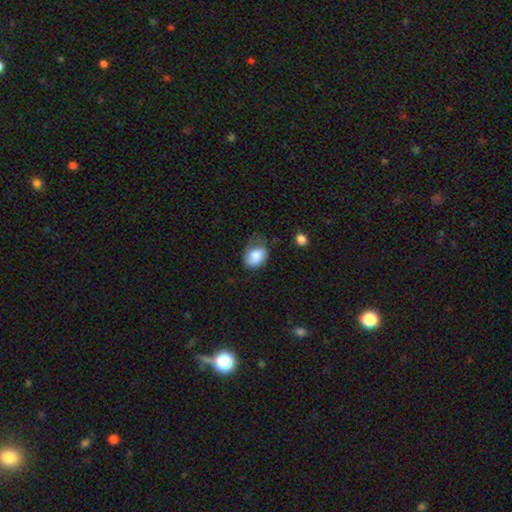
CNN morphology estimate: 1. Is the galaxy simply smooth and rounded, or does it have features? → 80% smooth, 13% featured or disk, 8% star or artifact.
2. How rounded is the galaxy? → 68% in between, 31% round, 1% cigar-shaped.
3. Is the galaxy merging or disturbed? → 42% none, 38% minor disturbance, 17% major disturbance, 3% merger.